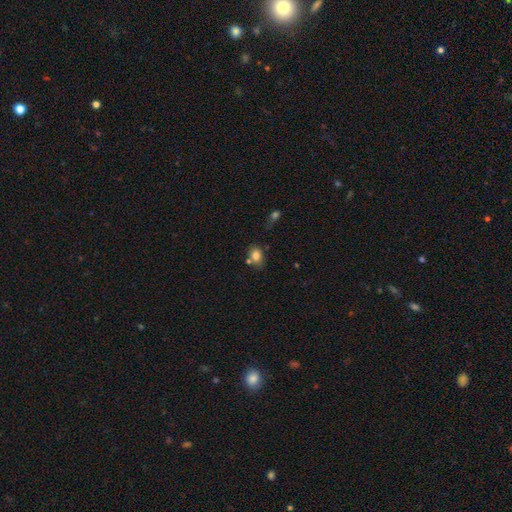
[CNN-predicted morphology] This is likely a smooth galaxy (80%). How rounded: likely in between (66%). Merging: possibly none (60%).